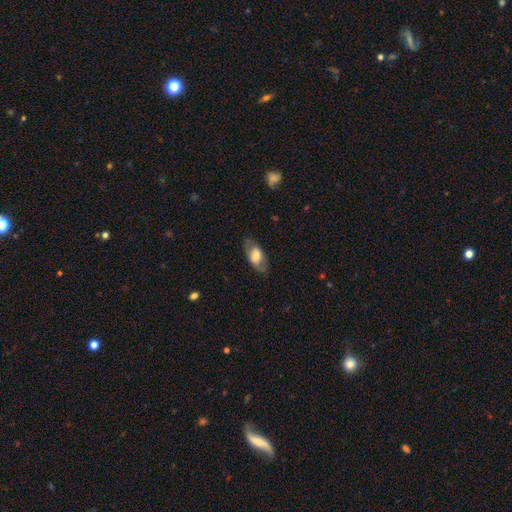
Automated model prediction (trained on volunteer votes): This is possibly a smooth galaxy (56%). How rounded: clearly in between (89%). Merging: likely none (74%).